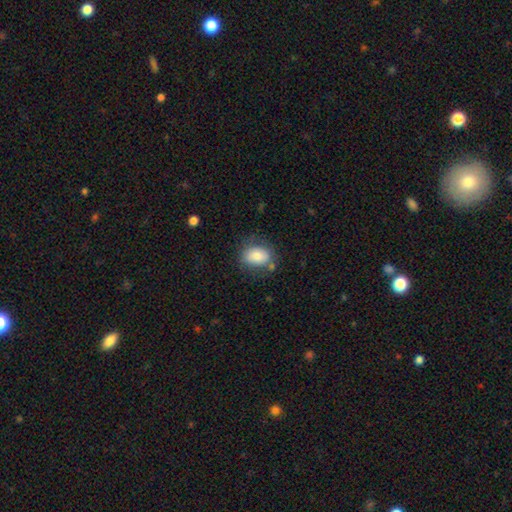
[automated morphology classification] type=smooth (80%); roundness=in between (70%); merging=none (69%).